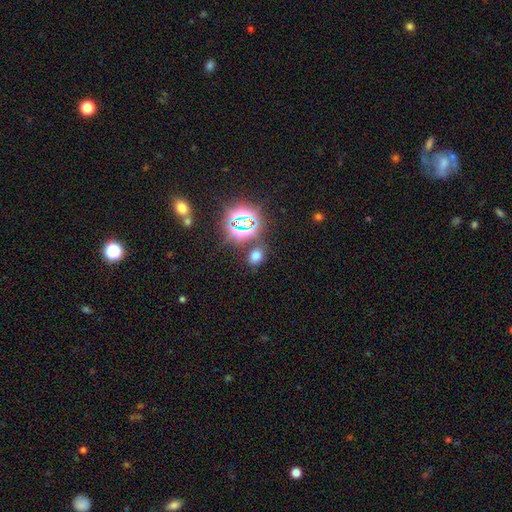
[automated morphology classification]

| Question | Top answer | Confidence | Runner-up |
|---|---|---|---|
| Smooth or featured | smooth | 61% | star or artifact (33%) |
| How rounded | in between | 63% | round (35%) |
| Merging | none | 78% | minor disturbance (11%) |